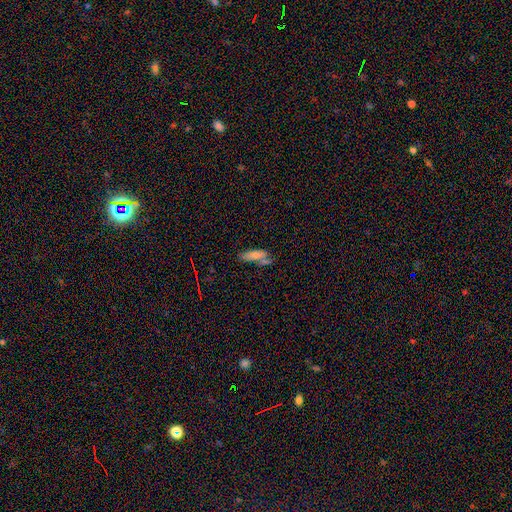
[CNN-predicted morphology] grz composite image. It shows a smooth galaxy with no disk features (76%) that is in between round and cigar-shaped (56%). Merging: none (53%).